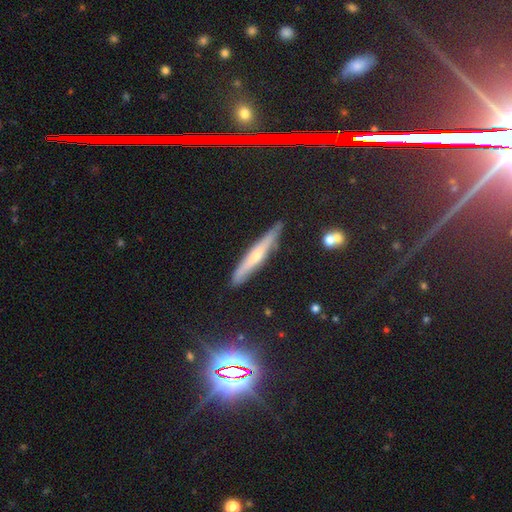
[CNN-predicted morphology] Smooth or featured?
  - featured or disk: 51% *
  - smooth: 36%
  - star or artifact: 12%
Edge-on disk?
  - yes: 90% *
  - no: 10%
Merging?
  - none: 84% *
  - minor disturbance: 12%
  - major disturbance: 2%
  - merger: 2%